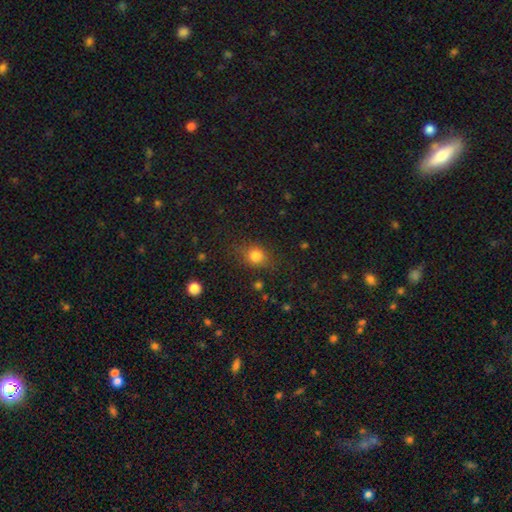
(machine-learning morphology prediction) A smooth galaxy with no disk features (81%) that is round (68%).

Vote fractions:
- Smooth or featured? smooth: 81% / star or artifact: 13% / featured or disk: 6%
- How rounded? round: 68% / in between: 30% / cigar-shaped: 1%
- Merging? none: 78% / minor disturbance: 14% / major disturbance: 5% / merger: 2%